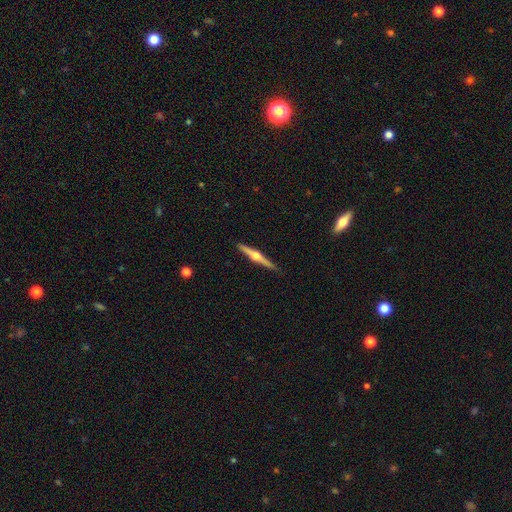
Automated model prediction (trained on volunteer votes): Smooth or featured? featured or disk (79%)
Edge-on disk? yes (98%)
Edge-on bulge? rounded (94%)
Merging? none (91%)